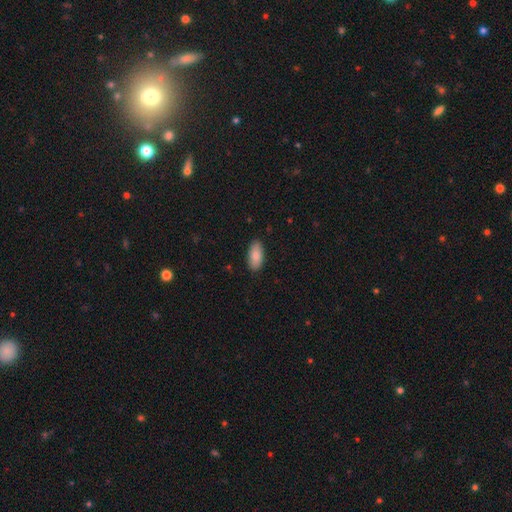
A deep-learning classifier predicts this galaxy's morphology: The model was most divided on "merging": none: 88%, minor disturbance: 9%, major disturbance: 2%, merger: 1%. More confident: how rounded — in between (91%); smooth or featured — smooth (87%).